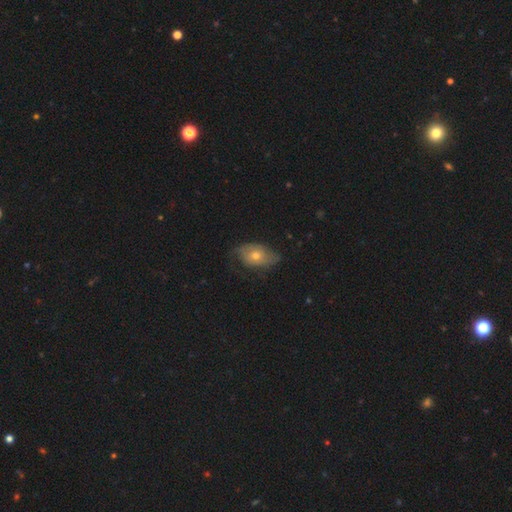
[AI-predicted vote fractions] Smooth or featured? Predicted: featured or disk (p=0.46). Merging? Predicted: none (p=0.59).